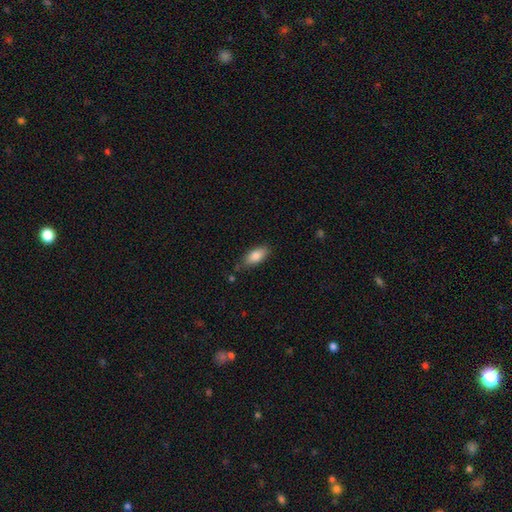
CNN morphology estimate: smooth-or-featured: smooth: 84% | featured or disk: 10% | star or artifact: 7%
  how-rounded: in between: 87% | cigar-shaped: 11% | round: 2%
  merging: none: 74% | minor disturbance: 19% | major disturbance: 4% | merger: 3%